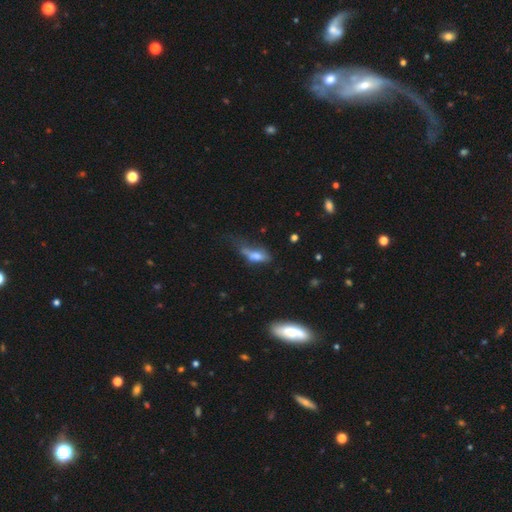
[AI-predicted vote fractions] A smooth galaxy with no disk features (67%) that is in between round and cigar-shaped (70%).

Vote fractions:
- Smooth or featured? smooth: 67% / featured or disk: 23% / star or artifact: 10%
- How rounded? in between: 70% / cigar-shaped: 25% / round: 5%
- Merging? major disturbance: 41% / minor disturbance: 28% / none: 21% / merger: 10%